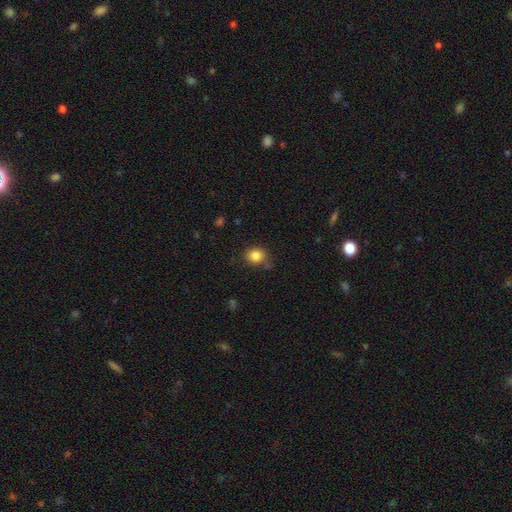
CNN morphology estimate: This is clearly a smooth galaxy (84%). How rounded: likely round (76%). Merging: likely none (75%).